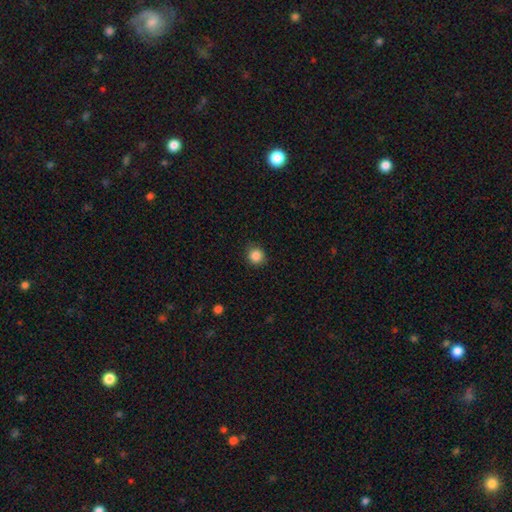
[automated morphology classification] Smooth or featured? Predicted: smooth (p=0.87). How rounded? Predicted: round (p=0.91). Merging? Predicted: none (p=0.88).